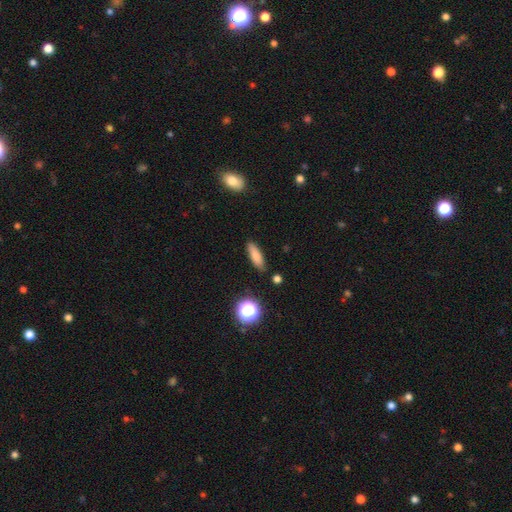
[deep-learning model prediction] smooth-or-featured: smooth: 81% | featured or disk: 10% | star or artifact: 9%
  how-rounded: cigar-shaped: 52% | in between: 44% | round: 4%
  merging: none: 85% | minor disturbance: 11% | major disturbance: 3% | merger: 2%